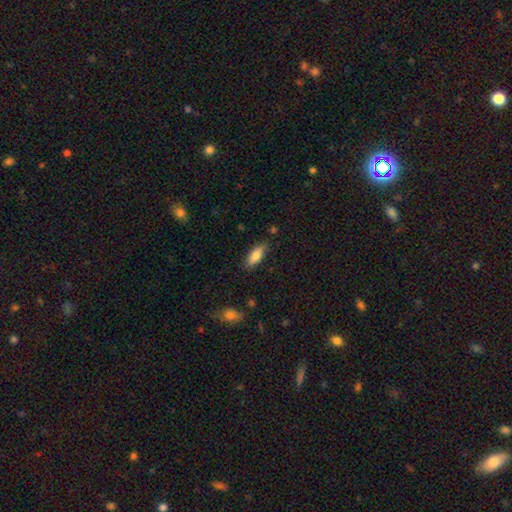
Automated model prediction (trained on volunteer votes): smooth-or-featured: smooth: 79% | featured or disk: 14% | star or artifact: 7%
  how-rounded: in between: 73% | cigar-shaped: 25% | round: 2%
  merging: none: 83% | minor disturbance: 13% | major disturbance: 3% | merger: 2%